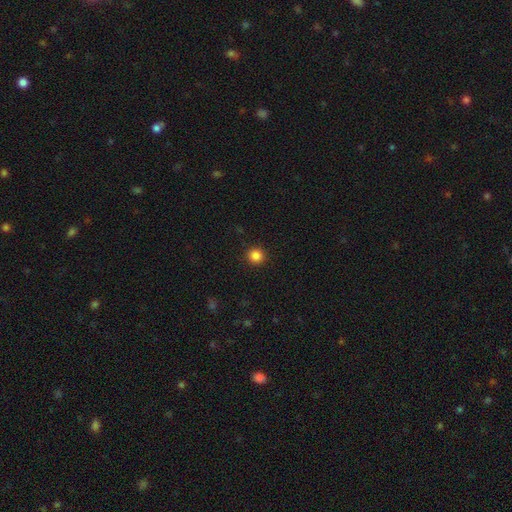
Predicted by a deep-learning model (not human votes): smooth 85%, star or artifact 11%, featured or disk 3%. Down the decision tree: how rounded — round (93%); merging — none (92%).